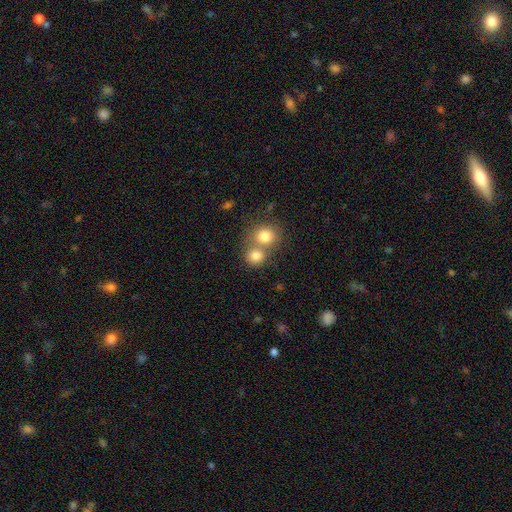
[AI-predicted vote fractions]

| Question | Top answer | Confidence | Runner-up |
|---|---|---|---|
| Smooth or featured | smooth | 80% | star or artifact (10%) |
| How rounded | round | 82% | in between (17%) |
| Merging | merger | 51% | none (40%) |